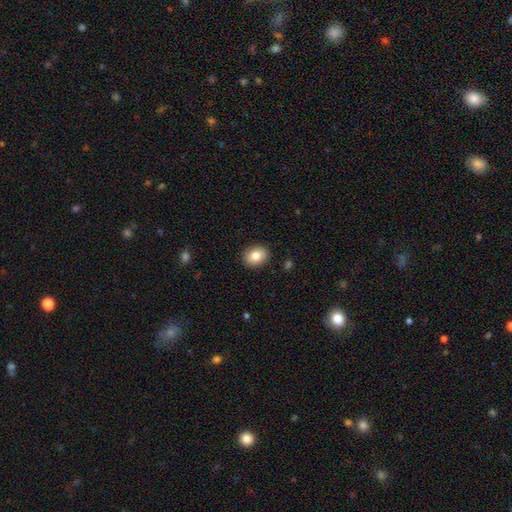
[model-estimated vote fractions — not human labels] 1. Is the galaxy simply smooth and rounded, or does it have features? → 83% smooth, 9% featured or disk, 8% star or artifact.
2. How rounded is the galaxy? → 58% in between, 41% round, 1% cigar-shaped.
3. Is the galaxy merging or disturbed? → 90% none, 7% minor disturbance, 2% major disturbance, 1% merger.